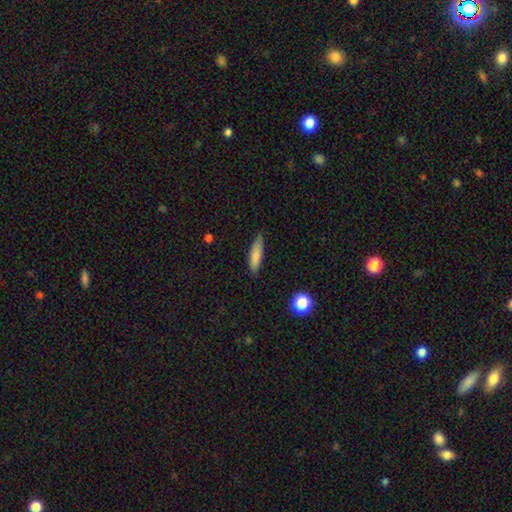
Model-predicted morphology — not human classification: This appears to be a smooth galaxy with no disk features (82%) that is cigar-shaped (62%). Merging: none (77%).